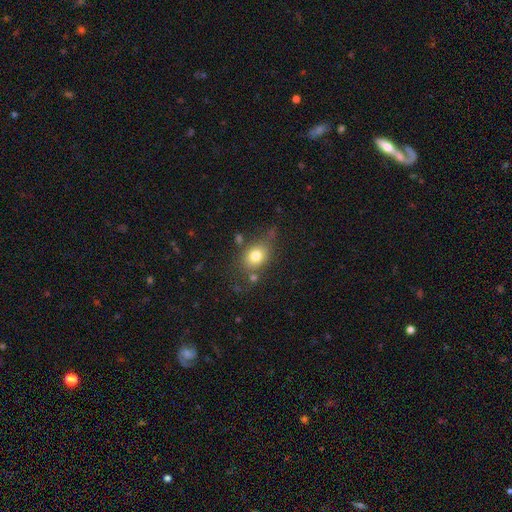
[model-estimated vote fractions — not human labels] Smooth or featured? Predicted: smooth (p=0.77). How rounded? Predicted: in between (p=0.55). Merging? Predicted: none (p=0.66).